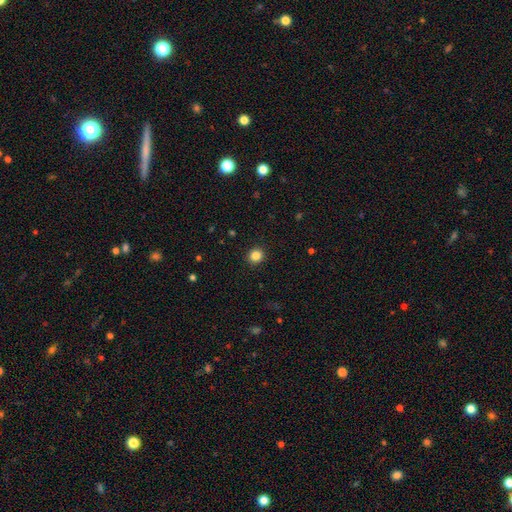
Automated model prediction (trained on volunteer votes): Smooth or featured? Predicted: smooth (p=0.85). How rounded? Predicted: round (p=0.89). Merging? Predicted: none (p=0.92).